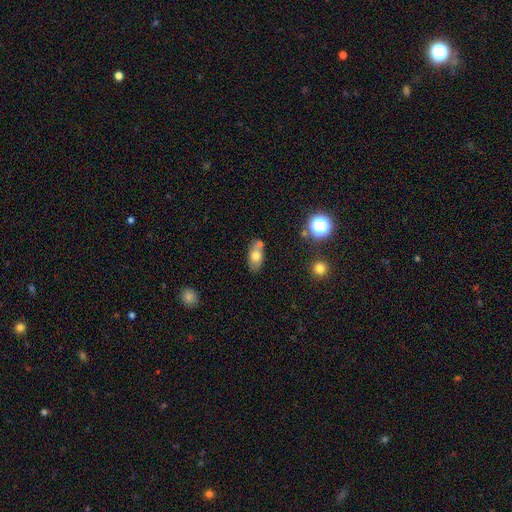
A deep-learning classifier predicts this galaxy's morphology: A smooth galaxy with no disk features (71%) that is in between round and cigar-shaped (85%).

Vote fractions:
- Smooth or featured? smooth: 71% / featured or disk: 19% / star or artifact: 10%
- How rounded? in between: 85% / round: 10% / cigar-shaped: 5%
- Merging? none: 60% / merger: 21% / minor disturbance: 15% / major disturbance: 4%